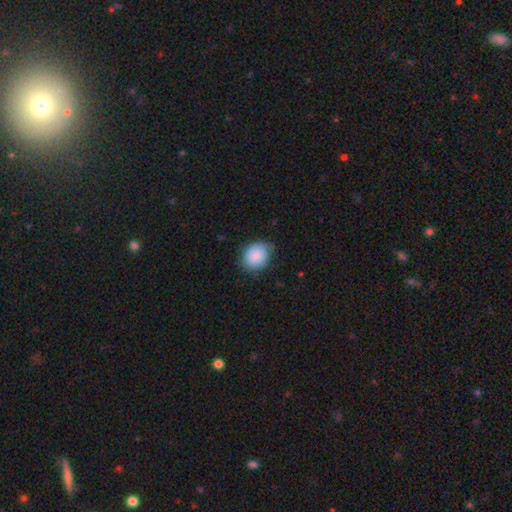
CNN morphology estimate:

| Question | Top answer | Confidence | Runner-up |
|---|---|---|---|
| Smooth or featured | smooth | 85% | featured or disk (7%) |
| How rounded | round | 59% | in between (40%) |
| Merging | none | 74% | minor disturbance (21%) |